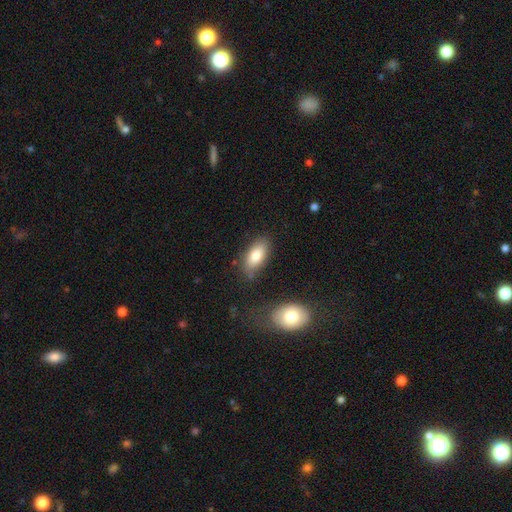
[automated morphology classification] Overall: smooth (80%). How rounded: in between (88%). Merging: none (75%).